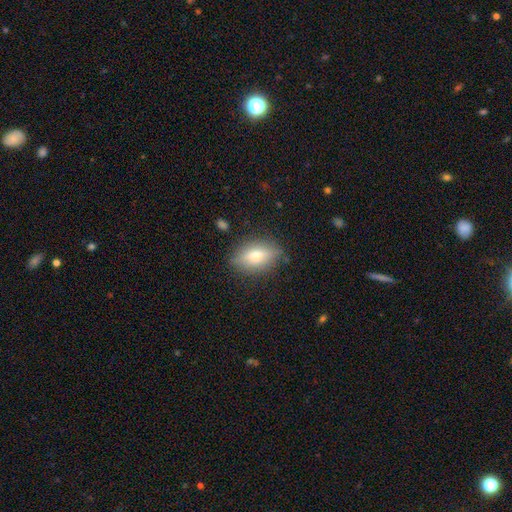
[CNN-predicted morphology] Smooth or featured?
  - smooth: 58% *
  - featured or disk: 34%
  - star or artifact: 9%
How rounded?
  - in between: 79% *
  - round: 11%
  - cigar-shaped: 10%
Merging?
  - none: 82% *
  - minor disturbance: 13%
  - major disturbance: 3%
  - merger: 1%